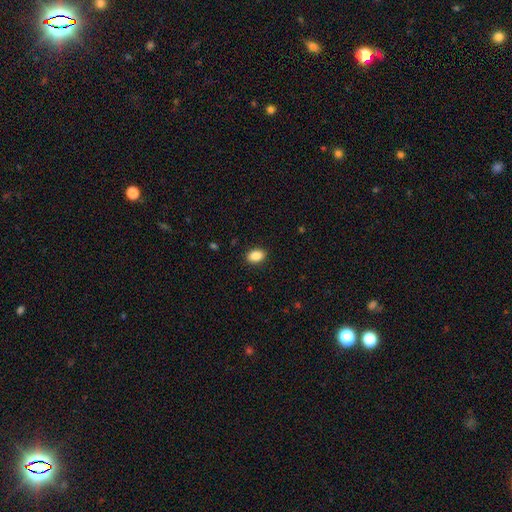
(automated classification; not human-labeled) Morphology: type=smooth (88%); roundness=in between (83%); merging=none (90%).